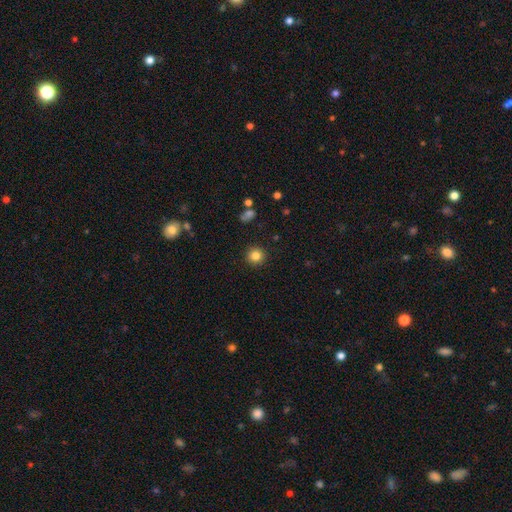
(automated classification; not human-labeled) Smooth or featured? Predicted: smooth (p=0.83). How rounded? Predicted: round (p=0.94). Merging? Predicted: none (p=0.92).